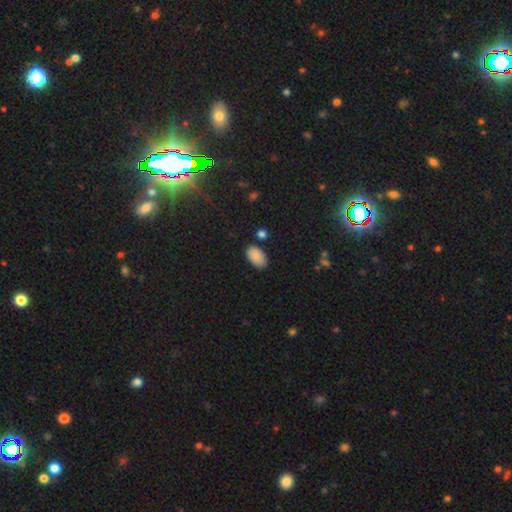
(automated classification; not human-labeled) Smooth or featured? smooth (88%)
How rounded? in between (94%)
Merging? none (80%)